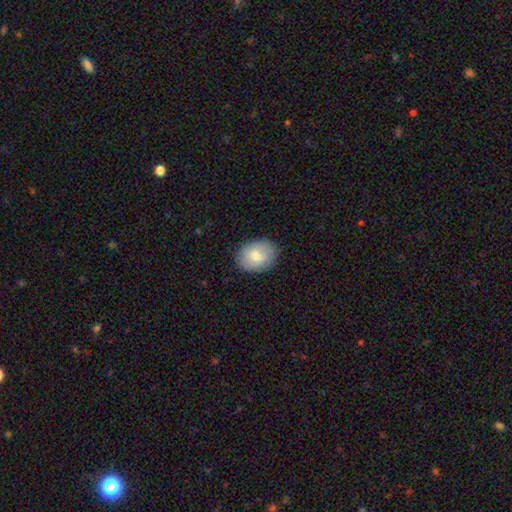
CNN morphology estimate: Overall: smooth (78%). How rounded: in between (69%; round 30%). Merging: none (86%).